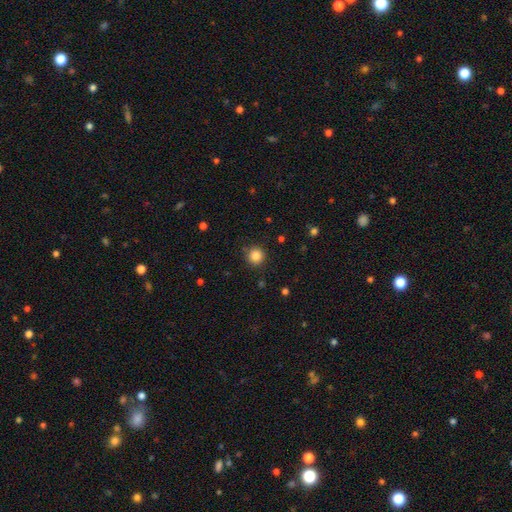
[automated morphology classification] smooth_or_featured: smooth (p=0.85) [alt: star or artifact p=0.11]
how_rounded: round (p=0.94) [alt: in between p=0.05]
merging: none (p=0.89) [alt: minor disturbance p=0.08]